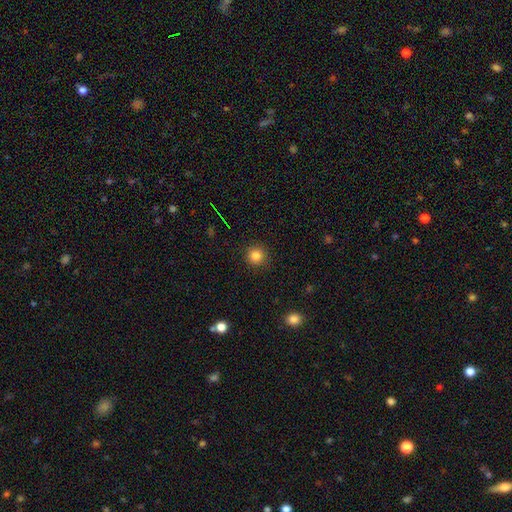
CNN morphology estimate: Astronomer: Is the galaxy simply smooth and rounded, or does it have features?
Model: smooth — 83%.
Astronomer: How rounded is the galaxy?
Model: round — 94%.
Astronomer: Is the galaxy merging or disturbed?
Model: none — 91%.